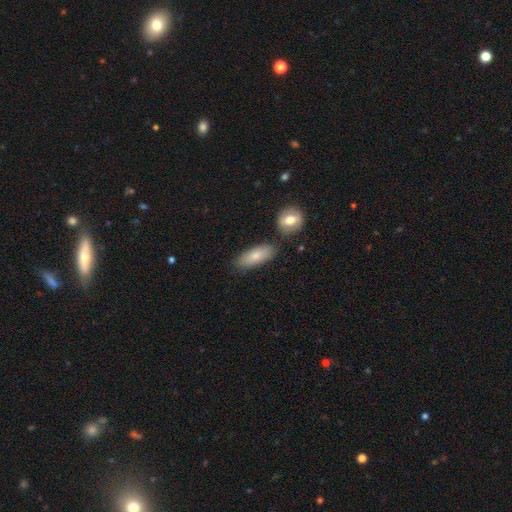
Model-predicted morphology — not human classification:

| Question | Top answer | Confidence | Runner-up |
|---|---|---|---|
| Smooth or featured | smooth | 79% | featured or disk (15%) |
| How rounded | in between | 76% | cigar-shaped (20%) |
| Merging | none | 73% | minor disturbance (14%) |